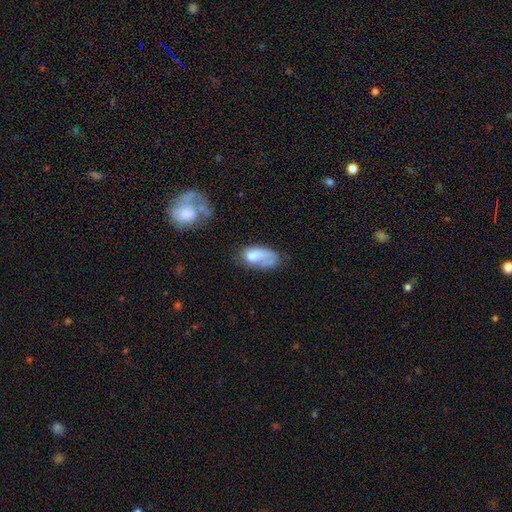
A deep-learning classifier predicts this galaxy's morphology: This is likely a smooth galaxy (69%). How rounded: clearly in between (92%). Merging: marginally none (32%).